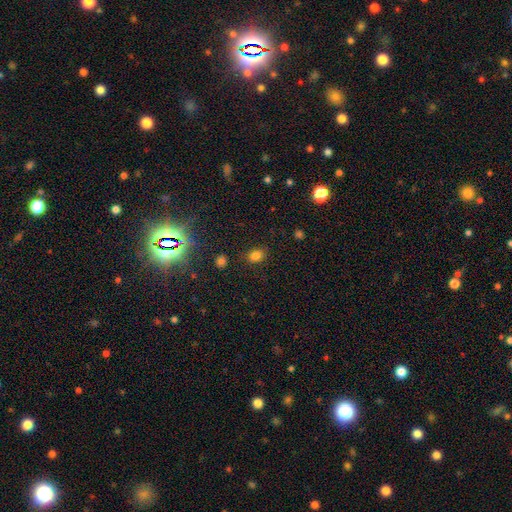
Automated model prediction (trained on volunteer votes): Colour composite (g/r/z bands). It shows a smooth galaxy with no disk features (80%) that is in between round and cigar-shaped (55%). Merging: none (83%).